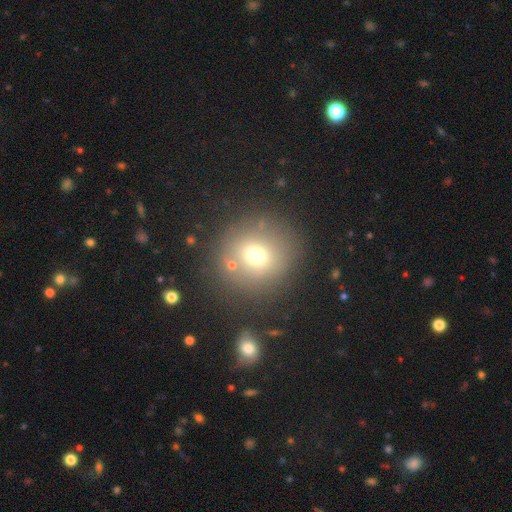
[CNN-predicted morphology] This appears to be a smooth galaxy with no disk features (68%) that is round (91%). Merging: none (79%).